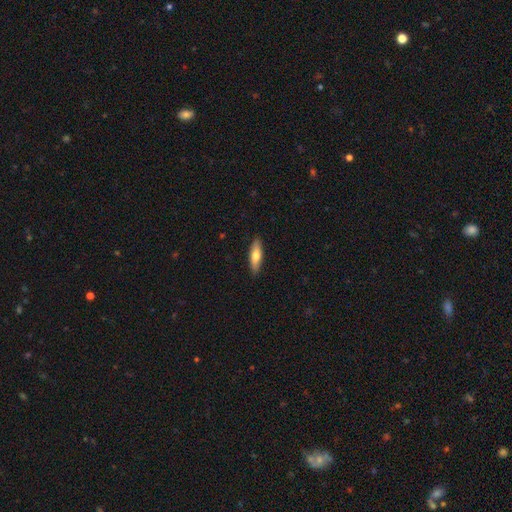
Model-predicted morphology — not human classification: Q: Smooth or featured?
A: smooth (66%); runner-up: featured or disk (29%)
Q: How rounded?
A: cigar-shaped (59%); runner-up: in between (39%)
Q: Merging?
A: none (90%); runner-up: minor disturbance (8%)